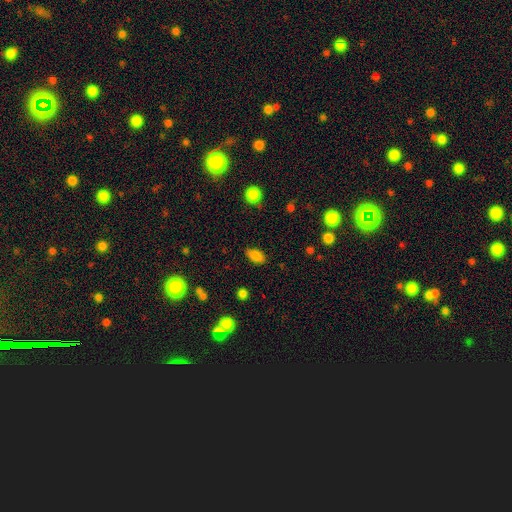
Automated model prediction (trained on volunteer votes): Q: Smooth or featured?
A: smooth (84%); runner-up: star or artifact (10%)
Q: How rounded?
A: in between (90%); runner-up: round (7%)
Q: Merging?
A: none (83%); runner-up: minor disturbance (13%)